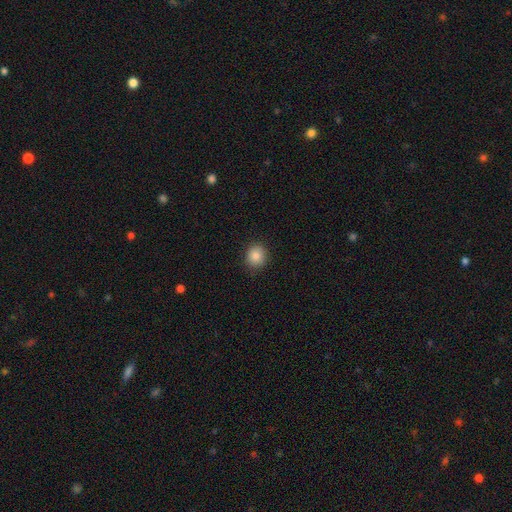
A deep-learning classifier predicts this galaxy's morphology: This appears to be a smooth galaxy with no disk features (85%) that is round (80%). Merging: none (89%).